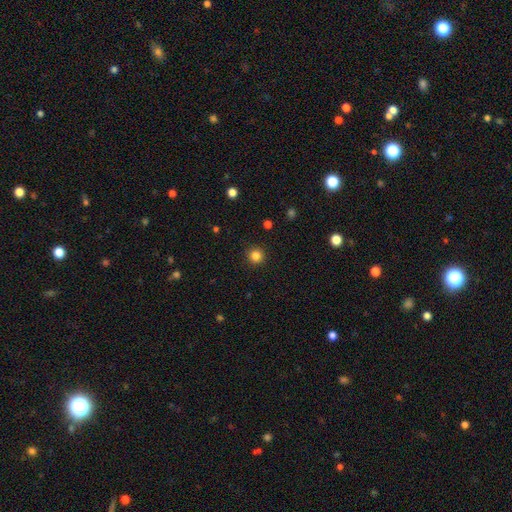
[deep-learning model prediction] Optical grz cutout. It shows a smooth galaxy with no disk features (84%) that is round (96%). Merging: none (92%).